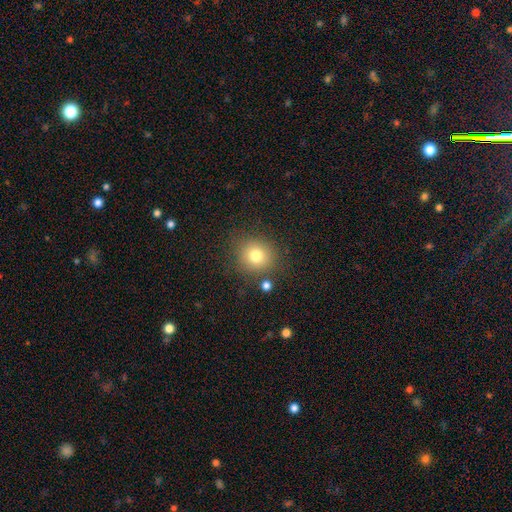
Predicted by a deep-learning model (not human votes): Q: Smooth or featured?
A: smooth (77%); runner-up: star or artifact (13%)
Q: How rounded?
A: round (88%); runner-up: in between (11%)
Q: Merging?
A: none (81%); runner-up: minor disturbance (10%)